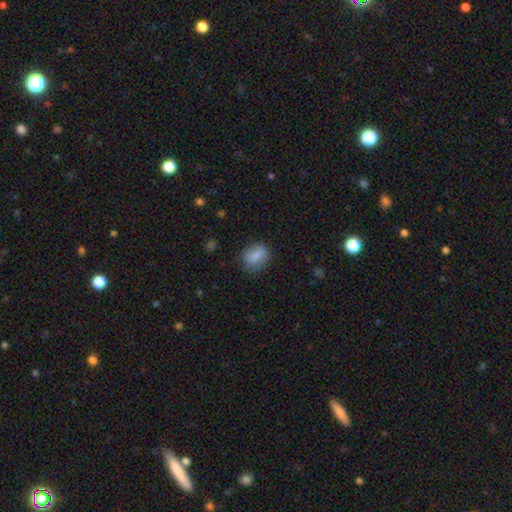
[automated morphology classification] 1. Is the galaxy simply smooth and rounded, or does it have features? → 82% smooth, 10% featured or disk, 8% star or artifact.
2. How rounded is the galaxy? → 59% in between, 39% round, 2% cigar-shaped.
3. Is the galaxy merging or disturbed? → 75% none, 18% minor disturbance, 5% major disturbance, 1% merger.